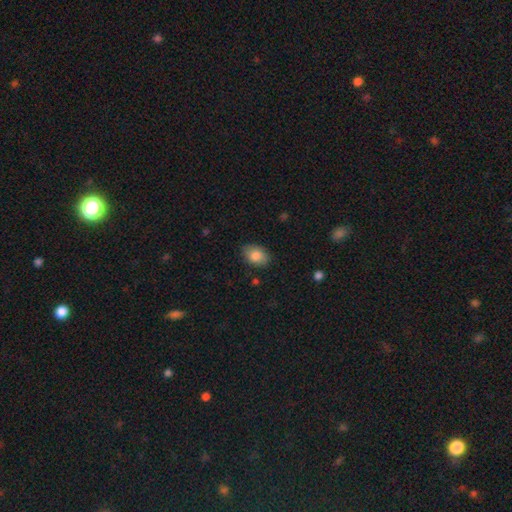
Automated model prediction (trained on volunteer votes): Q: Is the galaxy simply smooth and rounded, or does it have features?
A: smooth — 84%.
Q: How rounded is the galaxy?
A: in between — 83%.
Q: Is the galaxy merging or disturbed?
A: none — 84%.